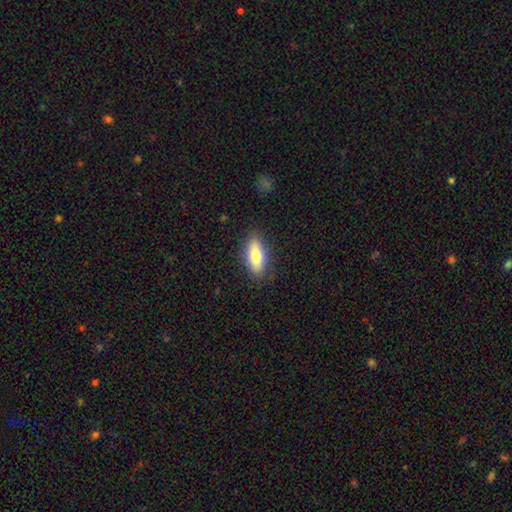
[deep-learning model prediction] smooth-or-featured: smooth: 75% | featured or disk: 19% | star or artifact: 7%
  how-rounded: in between: 76% | cigar-shaped: 22% | round: 3%
  merging: none: 86% | minor disturbance: 10% | major disturbance: 3% | merger: 1%